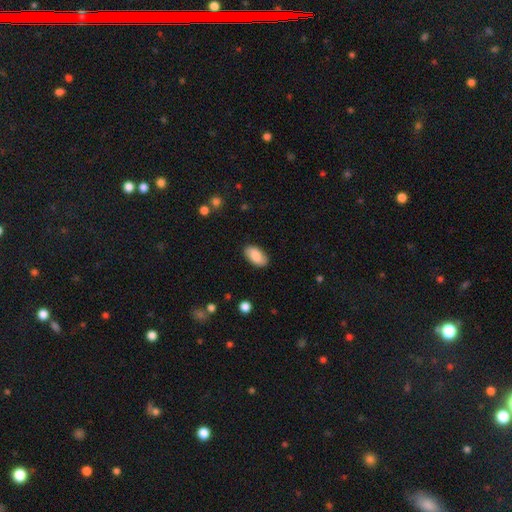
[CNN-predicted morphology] The model was most divided on "smooth or featured": smooth: 82%, featured or disk: 12%, star or artifact: 6%. More confident: how rounded — in between (95%); merging — none (85%).